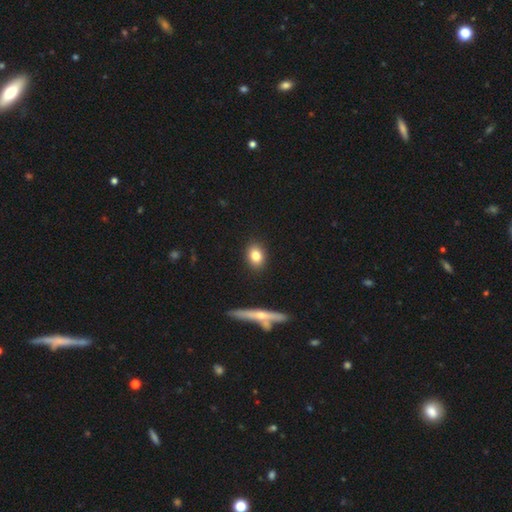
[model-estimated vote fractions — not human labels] This appears to be a smooth galaxy with no disk features (80%) that is in between round and cigar-shaped (61%). Merging: none (89%).